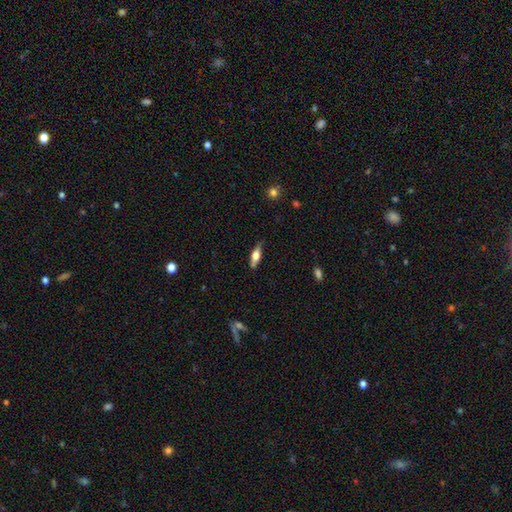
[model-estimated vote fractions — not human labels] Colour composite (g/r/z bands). It shows a smooth galaxy with no disk features (49%). Merging: none (79%).